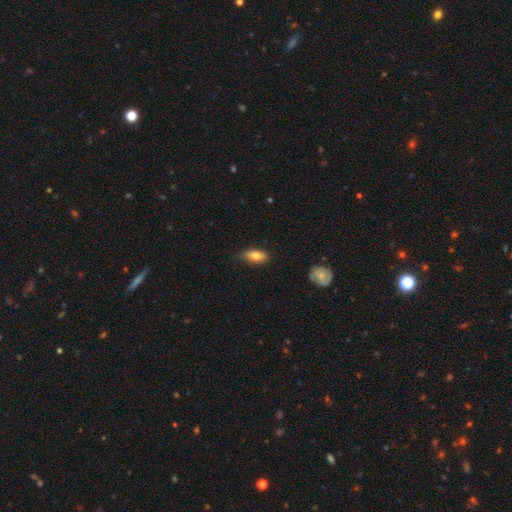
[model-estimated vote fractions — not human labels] Smooth or featured?
  - smooth: 79% *
  - featured or disk: 14%
  - star or artifact: 7%
How rounded?
  - in between: 84% *
  - cigar-shaped: 13%
  - round: 3%
Merging?
  - none: 80% *
  - minor disturbance: 16%
  - major disturbance: 2%
  - merger: 1%